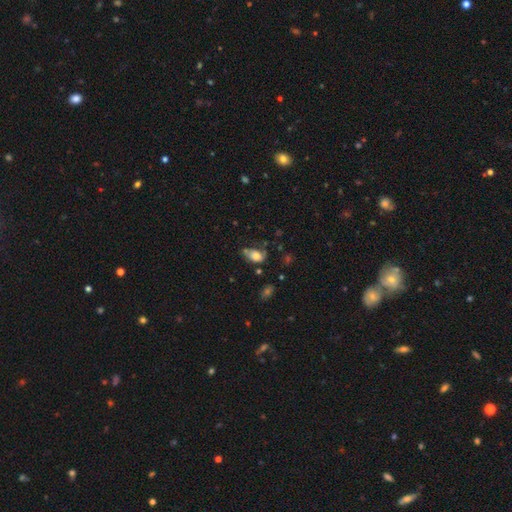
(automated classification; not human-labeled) smooth-or-featured: smooth: 69% | featured or disk: 21% | star or artifact: 10%
  how-rounded: in between: 86% | round: 12% | cigar-shaped: 2%
  merging: none: 43% | minor disturbance: 32% | major disturbance: 17% | merger: 8%